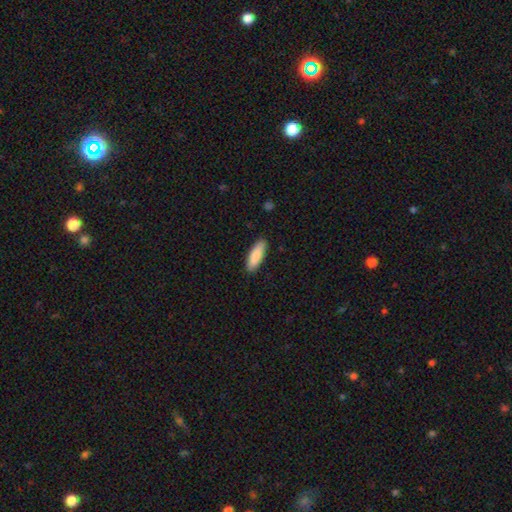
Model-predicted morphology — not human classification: Smooth or featured: smooth — 88% (featured or disk — 7%)
How rounded: in between — 54% (cigar-shaped — 44%)
Merging: none — 89% (minor disturbance — 8%)